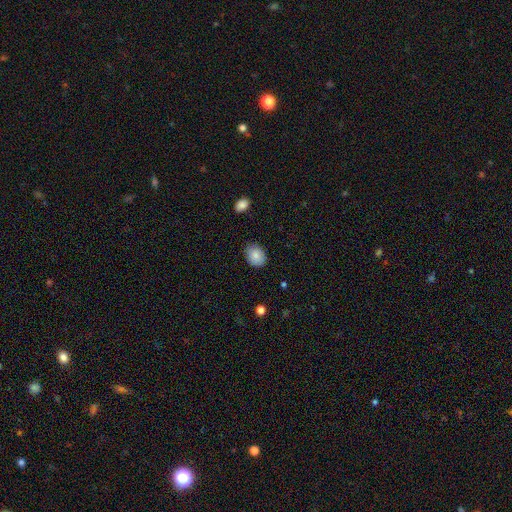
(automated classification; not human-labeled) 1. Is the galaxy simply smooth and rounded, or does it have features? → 84% smooth, 8% featured or disk, 8% star or artifact.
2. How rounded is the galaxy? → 60% in between, 39% round, 1% cigar-shaped.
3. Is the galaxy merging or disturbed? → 82% none, 14% minor disturbance, 3% major disturbance, 1% merger.